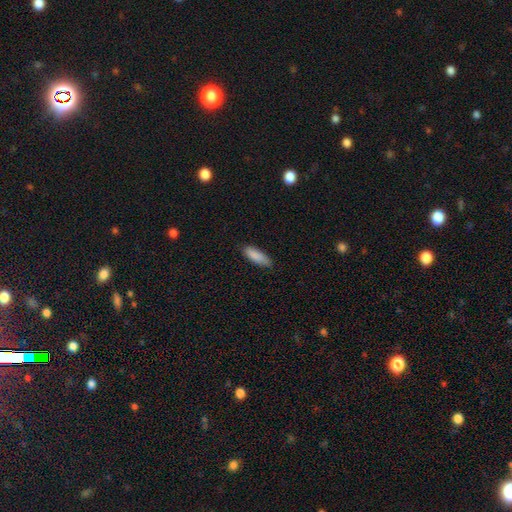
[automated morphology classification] The model was most divided on "how rounded": in between: 56%, cigar-shaped: 42%, round: 2%. More confident: smooth or featured — smooth (88%); merging — none (82%).